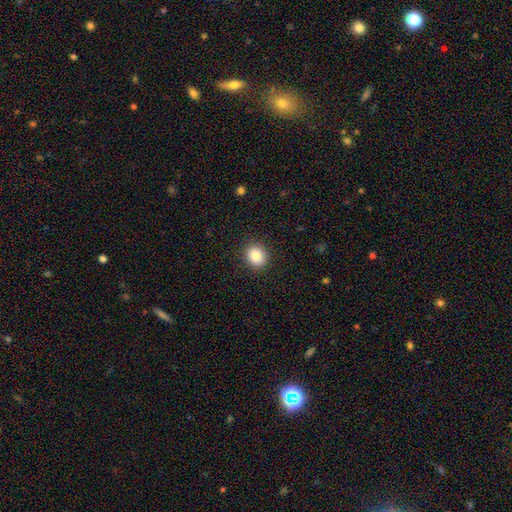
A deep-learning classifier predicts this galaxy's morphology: The model was most divided on "how rounded": round: 73%, in between: 26%, cigar-shaped: 1%. More confident: merging — none (90%); smooth or featured — smooth (87%).